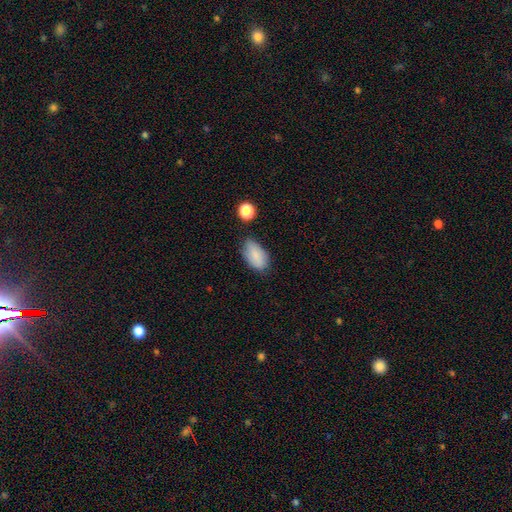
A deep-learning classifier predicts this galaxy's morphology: A smooth galaxy with no disk features (85%) that is in between round and cigar-shaped (92%).

Vote fractions:
- Smooth or featured? smooth: 85% / star or artifact: 8% / featured or disk: 7%
- How rounded? in between: 92% / round: 5% / cigar-shaped: 3%
- Merging? none: 68% / minor disturbance: 24% / major disturbance: 5% / merger: 4%